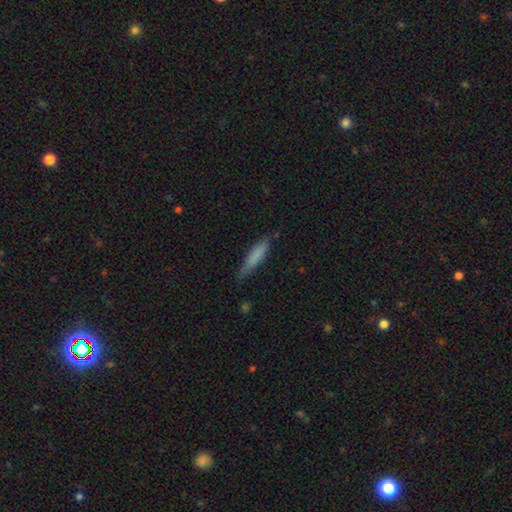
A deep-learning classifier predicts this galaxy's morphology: Overall: smooth (78%). How rounded: cigar-shaped (80%). Merging: none (70%).